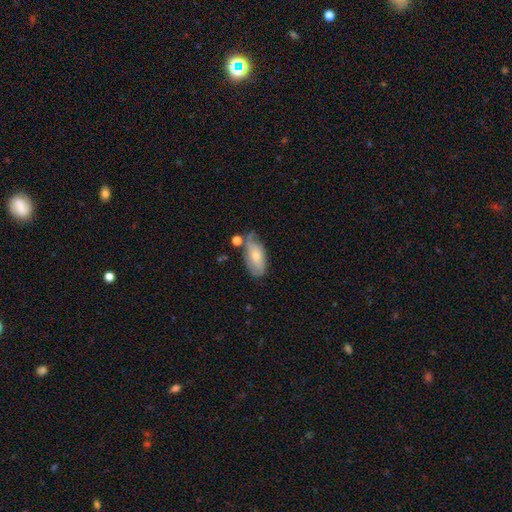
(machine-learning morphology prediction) Smooth or featured? Predicted: smooth (p=0.70). How rounded? Predicted: in between (p=0.91). Merging? Predicted: none (p=0.53).